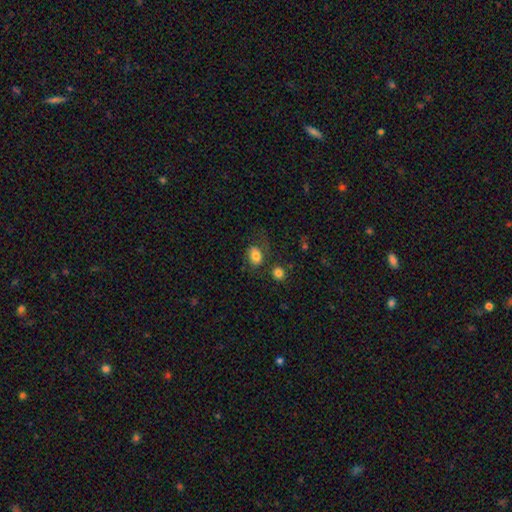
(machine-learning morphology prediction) Overall: smooth (78%). How rounded: in between (73%). Merging: none (56%; minor disturbance 21%).